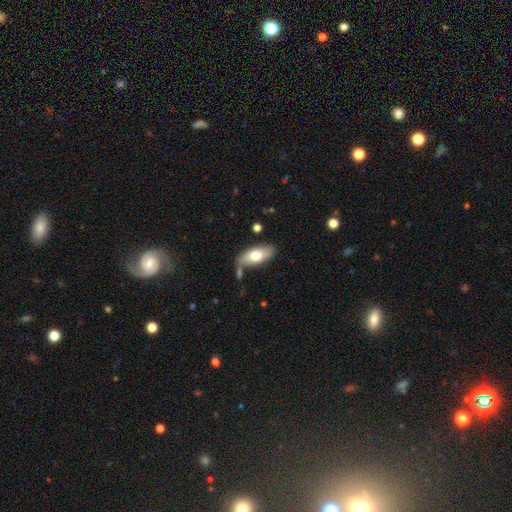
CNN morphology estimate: smooth_or_featured: smooth (p=0.70) [alt: featured or disk p=0.24]
how_rounded: in between (p=0.87) [alt: cigar-shaped p=0.10]
merging: none (p=0.66) [alt: minor disturbance p=0.18]